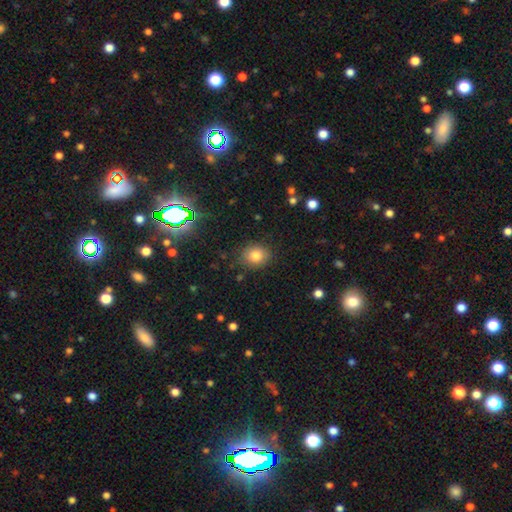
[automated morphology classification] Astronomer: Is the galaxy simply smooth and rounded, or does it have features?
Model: smooth — 79%.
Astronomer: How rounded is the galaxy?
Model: round — 62% (runner-up: in between, 37%).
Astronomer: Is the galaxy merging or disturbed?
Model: none — 83%.